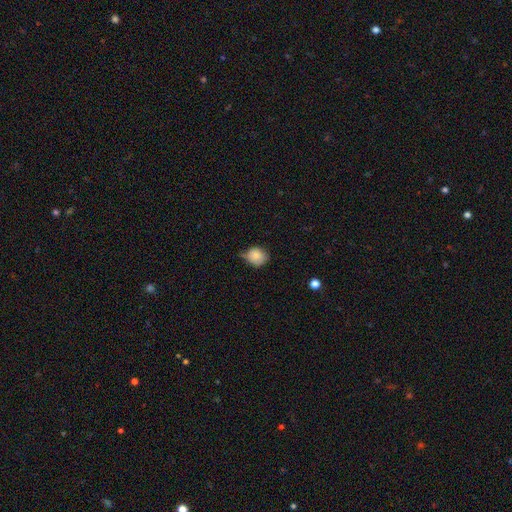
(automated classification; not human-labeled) Morphology: type=smooth (83%); roundness=round (73%); merging=none (52%).